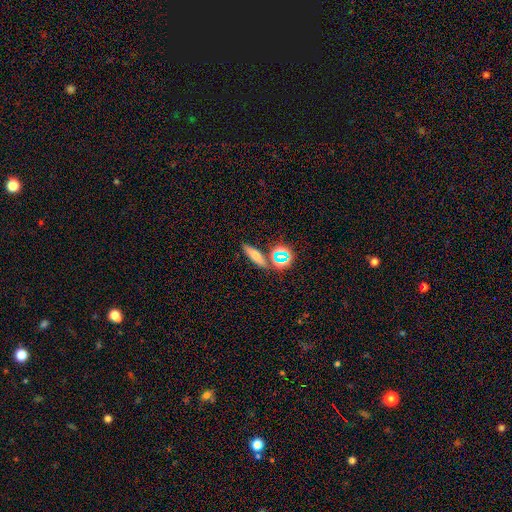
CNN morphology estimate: smooth-or-featured: smooth: 57% | featured or disk: 24% | star or artifact: 19%
  how-rounded: cigar-shaped: 53% | in between: 37% | round: 10%
  merging: none: 77% | merger: 10% | minor disturbance: 10% | major disturbance: 3%